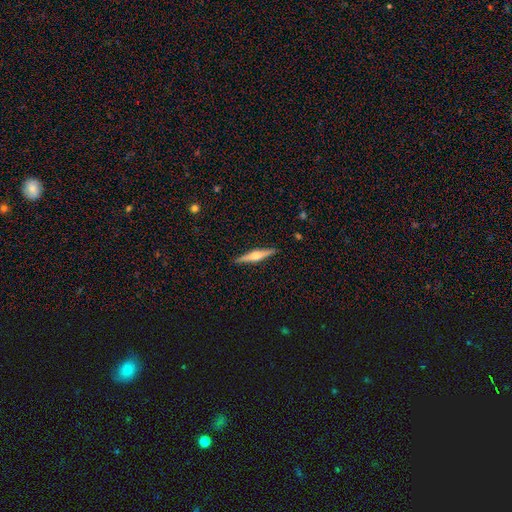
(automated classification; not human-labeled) Smooth or featured?
  - featured or disk: 67% *
  - smooth: 27%
  - star or artifact: 6%
Edge-on disk?
  - yes: 98% *
  - no: 2%
Edge-on bulge?
  - rounded: 87% *
  - boxy: 9%
  - none: 4%
Merging?
  - none: 90% *
  - minor disturbance: 7%
  - major disturbance: 1%
  - merger: 1%